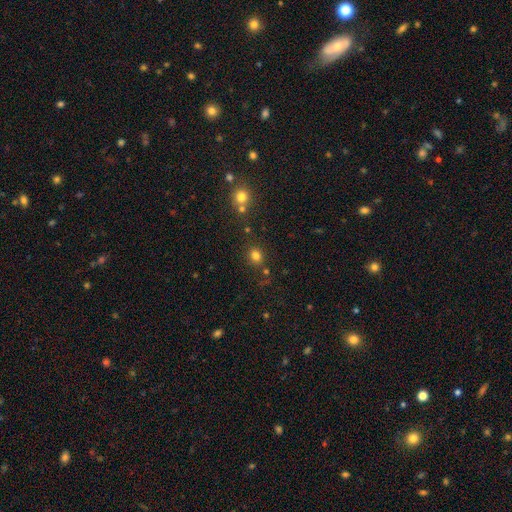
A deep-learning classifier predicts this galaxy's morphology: smooth 79%, star or artifact 16%, featured or disk 6%. Down the decision tree: how rounded — round (71%); merging — none (79%).